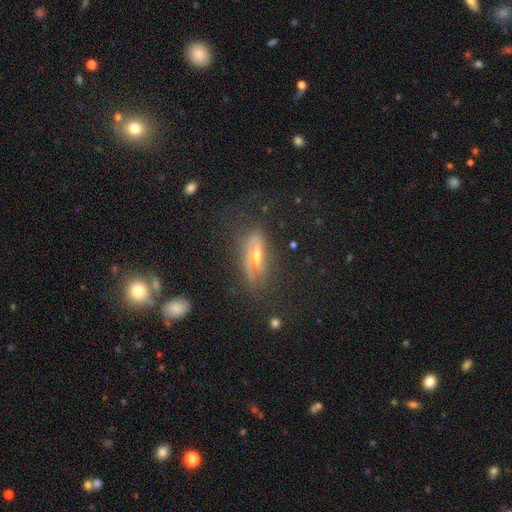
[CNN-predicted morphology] Smooth or featured: featured or disk — 59% (smooth — 27%)
Edge-on disk: yes — 53% (no — 47%)
Merging: none — 58% (minor disturbance — 22%)